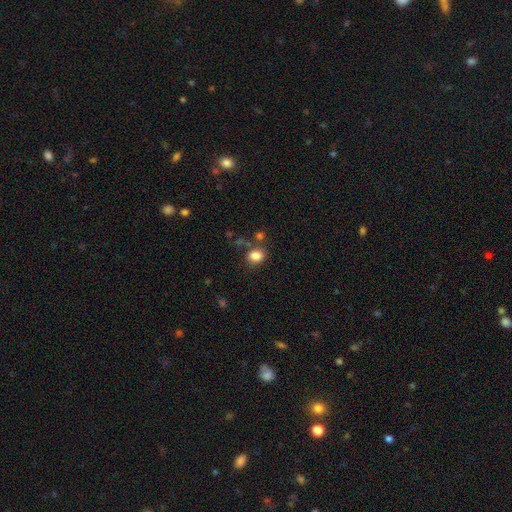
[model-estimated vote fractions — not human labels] This is clearly a smooth galaxy (83%). How rounded: possibly round (55%). Merging: likely none (73%).